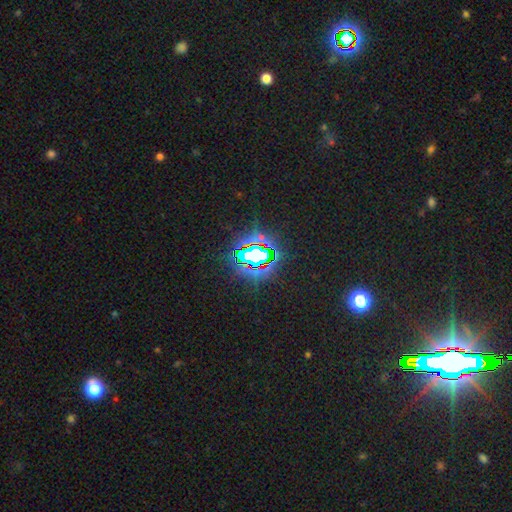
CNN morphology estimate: smooth_or_featured: star or artifact (p=0.77) [alt: smooth p=0.13]